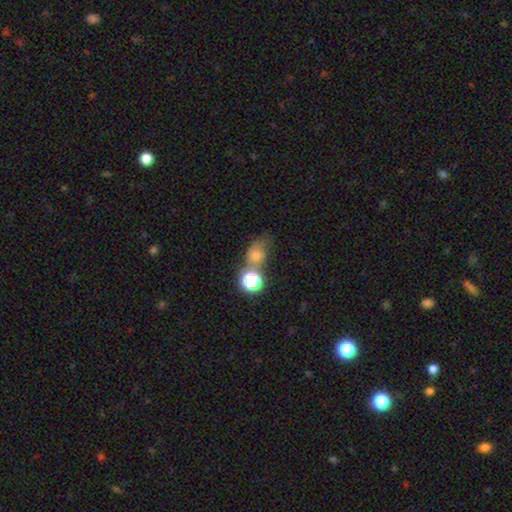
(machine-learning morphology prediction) smooth_or_featured: smooth (p=0.56) [alt: star or artifact p=0.26]
how_rounded: round (p=0.50) [alt: in between p=0.48]
merging: none (p=0.41) [alt: merger p=0.23]